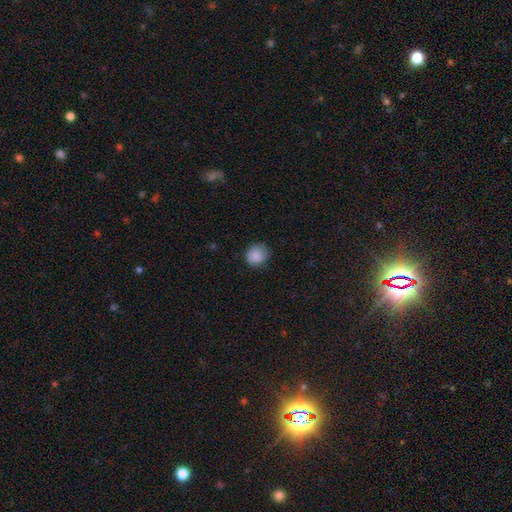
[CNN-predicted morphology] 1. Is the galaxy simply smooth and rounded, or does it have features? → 87% smooth, 8% star or artifact, 5% featured or disk.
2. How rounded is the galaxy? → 86% round, 14% in between, 1% cigar-shaped.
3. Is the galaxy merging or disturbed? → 75% none, 19% minor disturbance, 5% major disturbance, 1% merger.